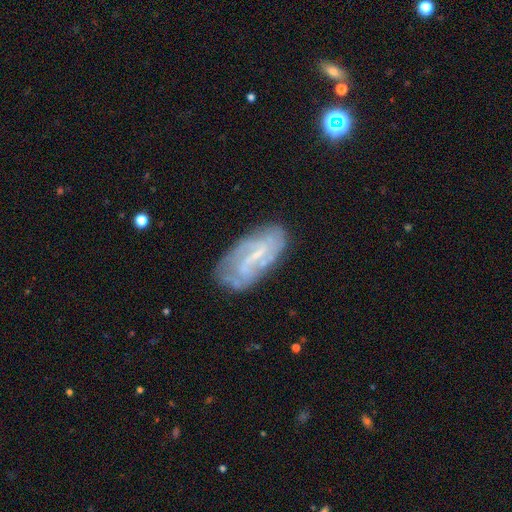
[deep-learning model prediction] Smooth or featured: featured or disk — 72% (smooth — 20%)
Edge-on disk: no — 93% (yes — 7%)
Bar: weak — 46% (strong — 34%)
Spiral arms: yes — 77% (no — 23%)
Spiral winding: medium — 37% (tight — 36%)
Spiral arm count: 2 — 43% (can't tell — 39%)
Bulge size: small — 61% (none — 23%)
Merging: none — 69% (minor disturbance — 20%)